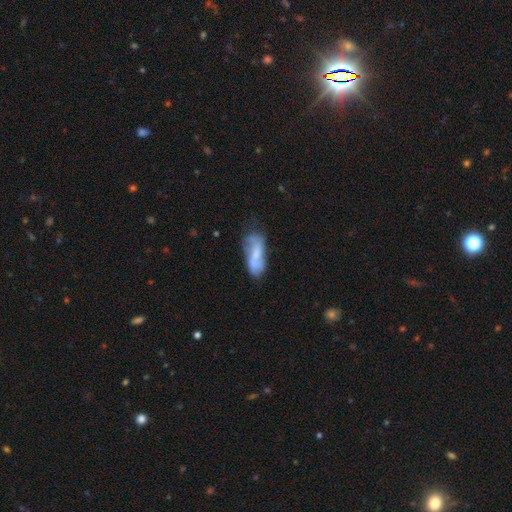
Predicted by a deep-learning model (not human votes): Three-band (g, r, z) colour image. It shows a featured or disk galaxy (46%, tied with smooth). Merging: none (45%).